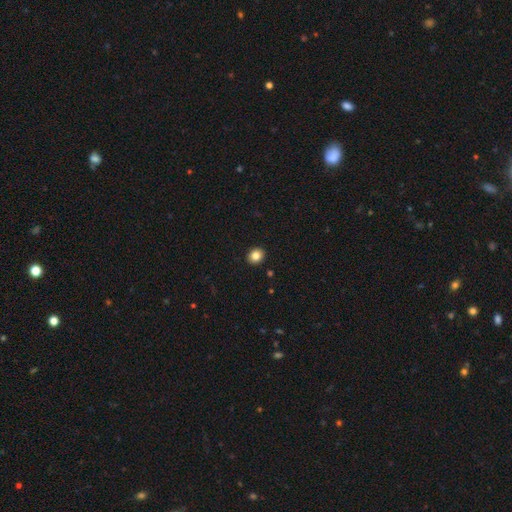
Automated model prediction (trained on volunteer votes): Morphology: type=smooth (83%); roundness=round (72%); merging=none (93%).